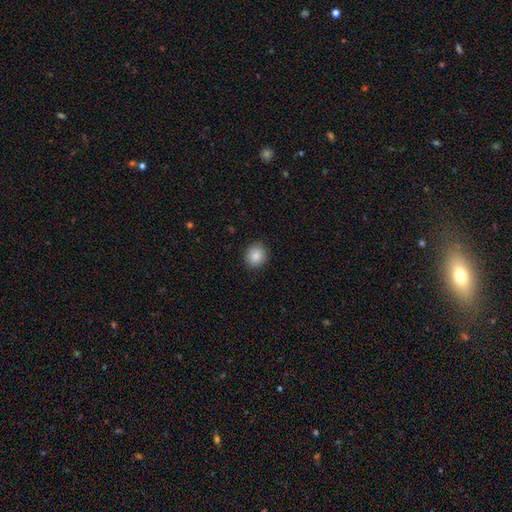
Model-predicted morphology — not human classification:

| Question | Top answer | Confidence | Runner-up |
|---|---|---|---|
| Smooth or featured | smooth | 87% | star or artifact (9%) |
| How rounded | round | 84% | in between (15%) |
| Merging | none | 88% | minor disturbance (9%) |